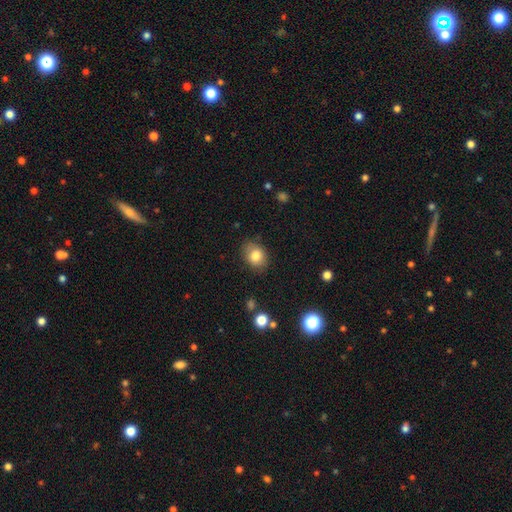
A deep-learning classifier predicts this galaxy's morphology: A smooth galaxy with no disk features (81%) that is in between round and cigar-shaped (60%). Merging: none (81%).